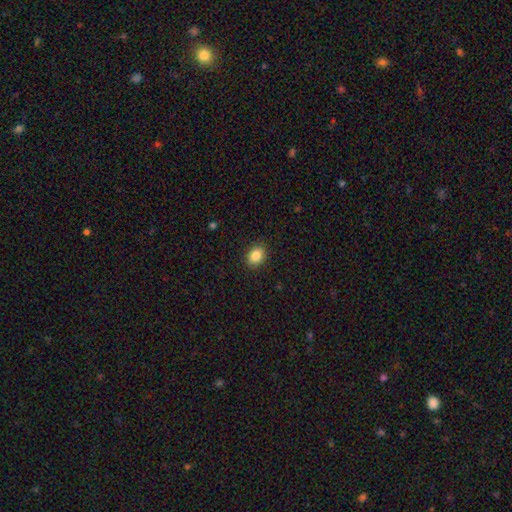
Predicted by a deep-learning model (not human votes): This appears to be a smooth galaxy with no disk features (87%) that is in between round and cigar-shaped (63%). Merging: none (89%).